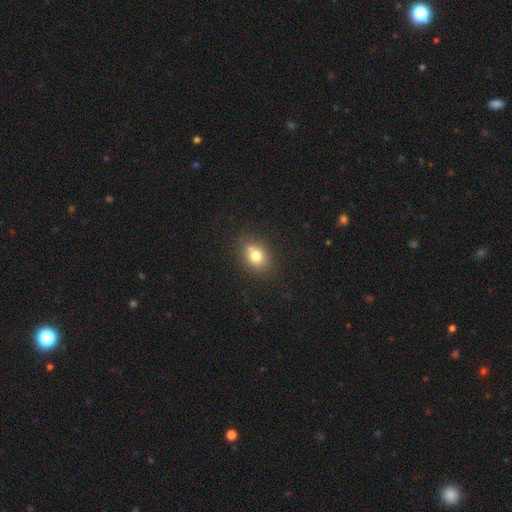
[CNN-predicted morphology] Smooth or featured?
  - smooth: 76% *
  - featured or disk: 13%
  - star or artifact: 12%
How rounded?
  - round: 50% *
  - in between: 49%
  - cigar-shaped: 1%
Merging?
  - none: 71% *
  - minor disturbance: 16%
  - merger: 9%
  - major disturbance: 4%